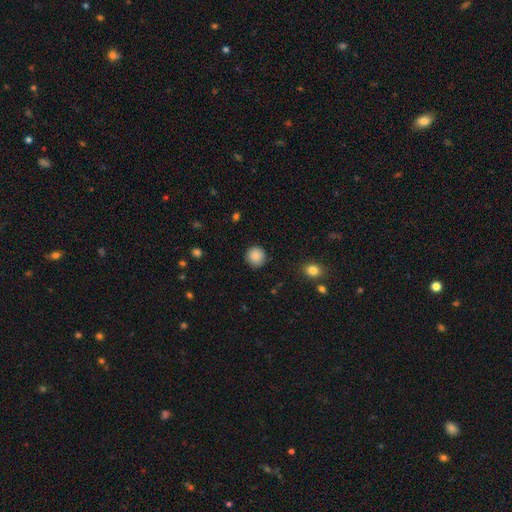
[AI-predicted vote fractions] Smooth or featured?
  - smooth: 88% *
  - star or artifact: 9%
  - featured or disk: 4%
How rounded?
  - round: 94% *
  - in between: 5%
  - cigar-shaped: 1%
Merging?
  - none: 90% *
  - minor disturbance: 7%
  - major disturbance: 2%
  - merger: 1%